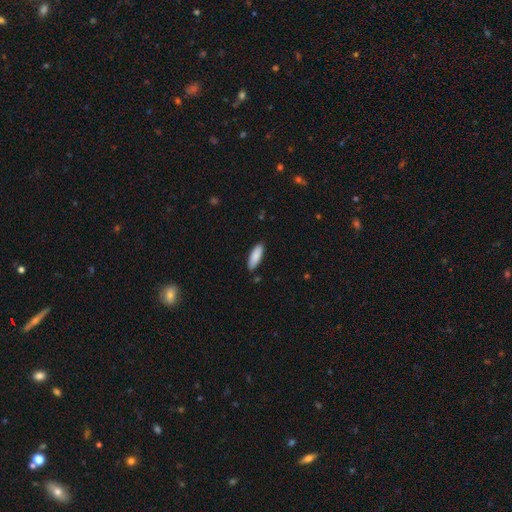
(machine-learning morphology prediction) smooth-or-featured: smooth: 88% | featured or disk: 7% | star or artifact: 6%
  how-rounded: in between: 62% | cigar-shaped: 37% | round: 1%
  merging: none: 86% | minor disturbance: 11% | major disturbance: 2% | merger: 2%